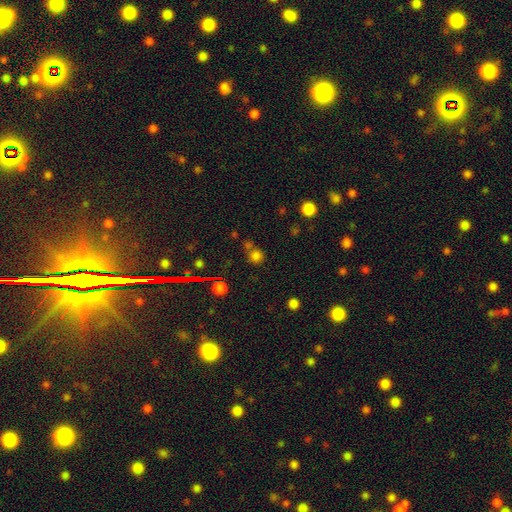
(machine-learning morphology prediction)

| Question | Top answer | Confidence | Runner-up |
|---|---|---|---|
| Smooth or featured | smooth | 69% | star or artifact (24%) |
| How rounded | round | 88% | in between (11%) |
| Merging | none | 60% | merger (25%) |